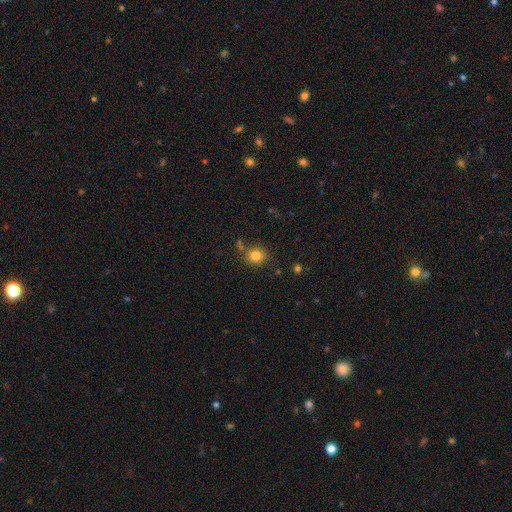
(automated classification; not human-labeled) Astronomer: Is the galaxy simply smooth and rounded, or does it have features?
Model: smooth — 82%.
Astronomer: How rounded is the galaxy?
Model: round — 76%.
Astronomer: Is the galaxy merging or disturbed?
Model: none — 78%.